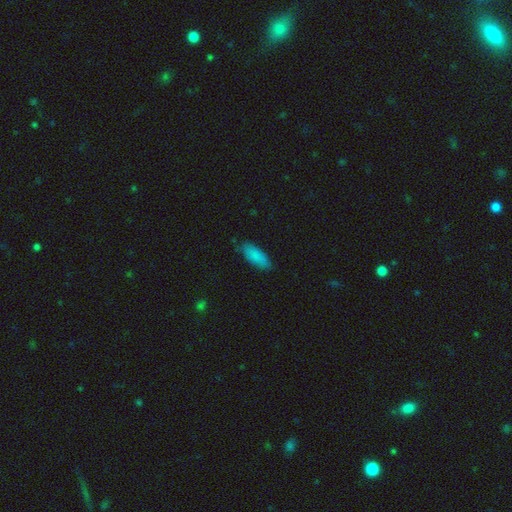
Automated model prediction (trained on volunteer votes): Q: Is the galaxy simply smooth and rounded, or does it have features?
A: smooth — 87%.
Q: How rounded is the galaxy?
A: in between — 76%.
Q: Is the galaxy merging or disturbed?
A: none — 79%.